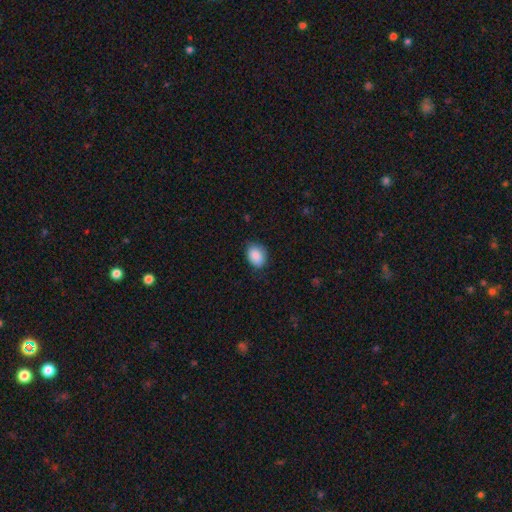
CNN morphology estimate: The model was most divided on "how rounded": in between: 68%, round: 31%, cigar-shaped: 1%. More confident: smooth or featured — smooth (89%); merging — none (76%).